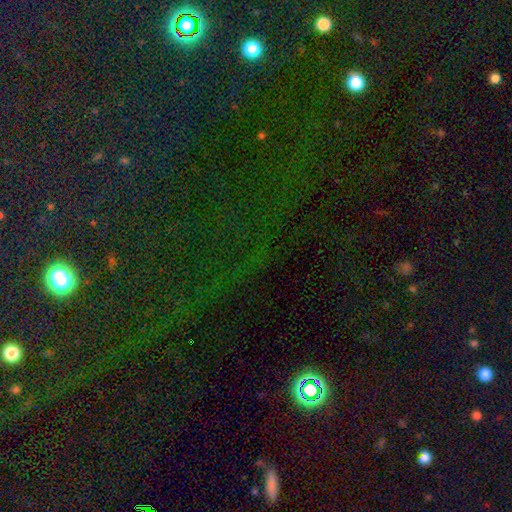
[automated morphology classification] This appears to be a star or artifact, not a galaxy (75%).